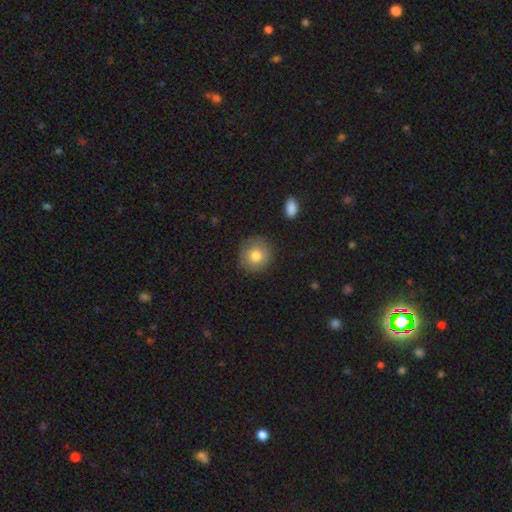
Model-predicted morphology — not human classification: Smooth or featured? smooth (79%)
How rounded? round (91%)
Merging? none (88%)